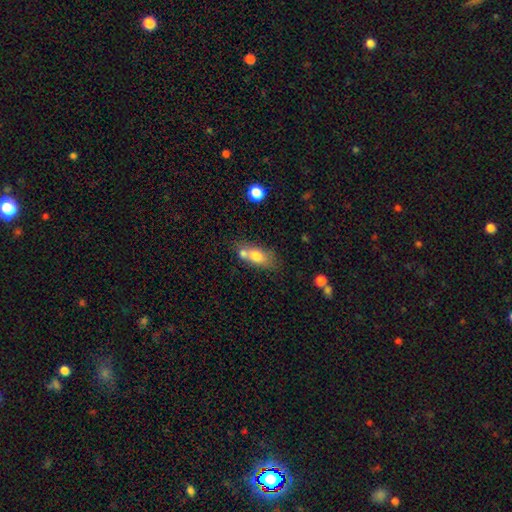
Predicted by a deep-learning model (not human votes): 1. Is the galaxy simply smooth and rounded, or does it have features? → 71% smooth, 20% featured or disk, 8% star or artifact.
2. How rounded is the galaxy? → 76% in between, 12% cigar-shaped, 12% round.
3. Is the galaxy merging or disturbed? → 43% merger, 37% none, 14% minor disturbance, 6% major disturbance.